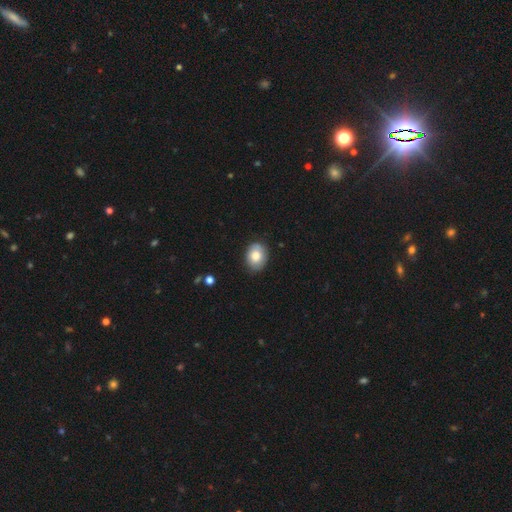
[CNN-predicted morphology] A smooth galaxy with no disk features (78%) that is in between round and cigar-shaped (61%).

Vote fractions:
- Smooth or featured? smooth: 78% / featured or disk: 15% / star or artifact: 8%
- How rounded? in between: 61% / round: 38% / cigar-shaped: 1%
- Merging? none: 80% / minor disturbance: 16% / major disturbance: 3% / merger: 1%